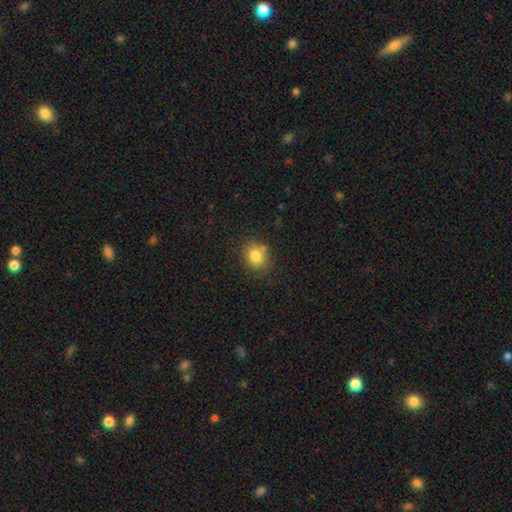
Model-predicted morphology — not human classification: smooth 81%, star or artifact 11%, featured or disk 8%. Down the decision tree: how rounded — round (65%); merging — none (74%).